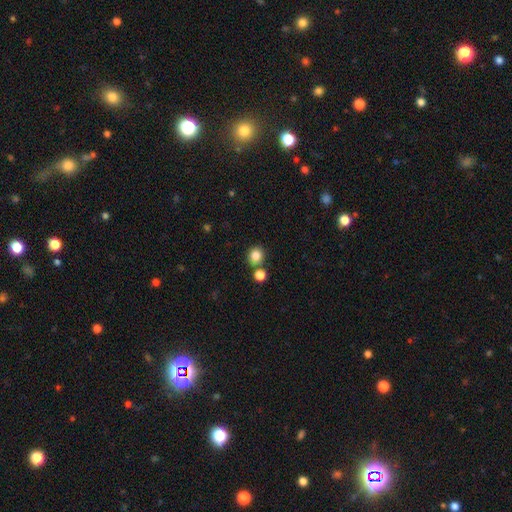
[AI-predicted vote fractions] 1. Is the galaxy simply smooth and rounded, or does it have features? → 83% smooth, 11% star or artifact, 5% featured or disk.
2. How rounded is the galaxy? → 81% round, 18% in between, 1% cigar-shaped.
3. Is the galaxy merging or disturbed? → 73% none, 15% merger, 9% minor disturbance, 3% major disturbance.